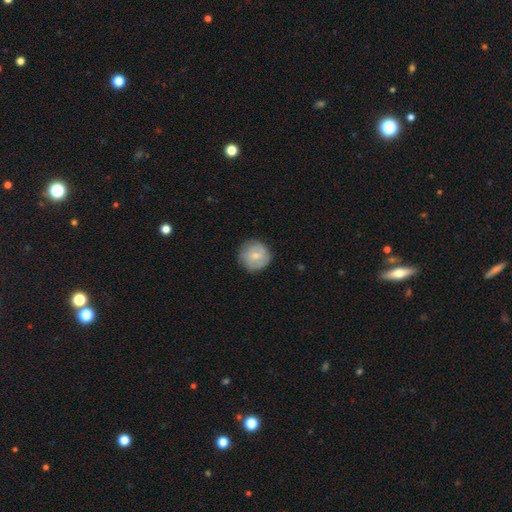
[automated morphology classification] This is possibly a smooth galaxy (58%). How rounded: clearly round (93%). Merging: clearly none (81%).